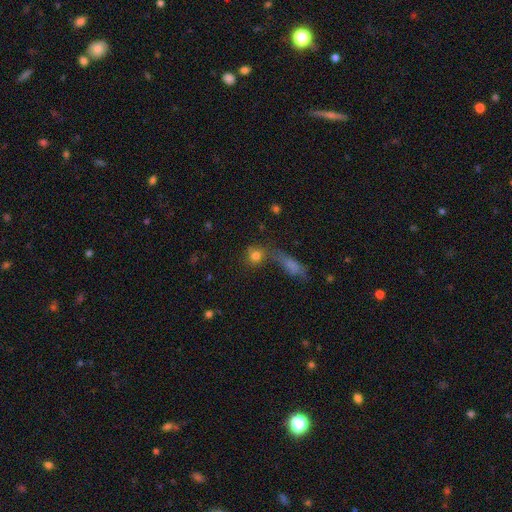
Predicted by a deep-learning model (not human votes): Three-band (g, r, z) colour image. It shows a smooth galaxy with no disk features (76%) that is round (78%). Merging: none (56%).